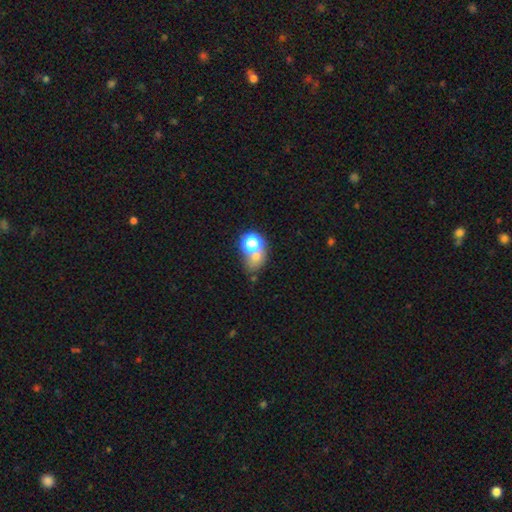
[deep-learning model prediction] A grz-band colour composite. It shows a smooth galaxy with no disk features (60%) that is round (59%). Merging: none (46%).